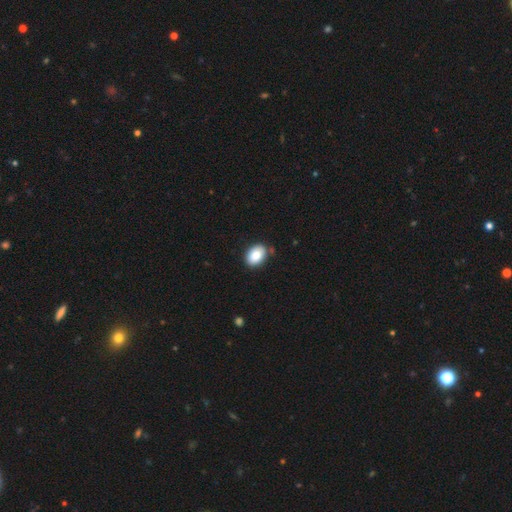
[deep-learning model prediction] This is clearly a smooth galaxy (87%). How rounded: clearly in between (83%). Merging: clearly none (83%).